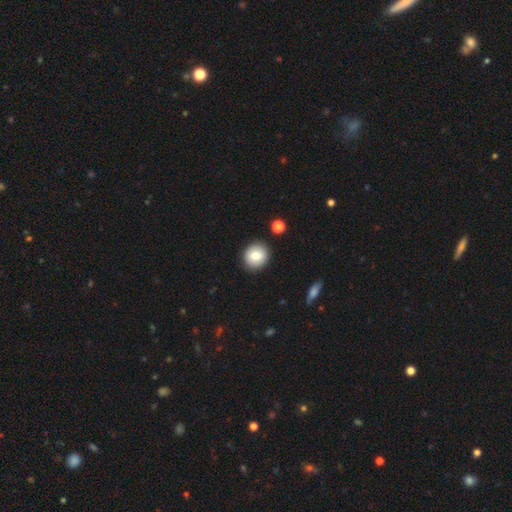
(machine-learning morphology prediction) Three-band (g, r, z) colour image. It shows a smooth galaxy with no disk features (80%) that is round (80%). Merging: none (89%).